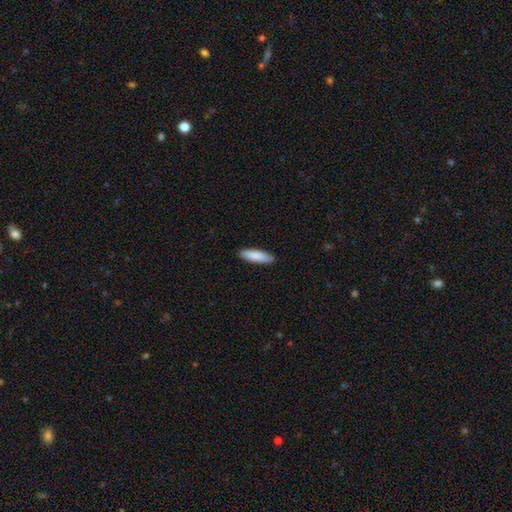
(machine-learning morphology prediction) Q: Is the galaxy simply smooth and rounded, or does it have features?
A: smooth — 87%.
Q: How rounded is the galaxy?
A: cigar-shaped — 58%.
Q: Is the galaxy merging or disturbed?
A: none — 89%.